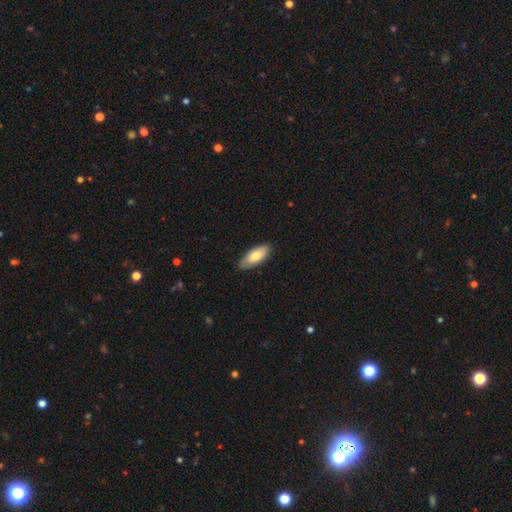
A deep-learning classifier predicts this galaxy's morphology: The model was most divided on "smooth or featured": smooth: 78%, featured or disk: 17%, star or artifact: 5%. More confident: how rounded — in between (83%); merging — none (83%).